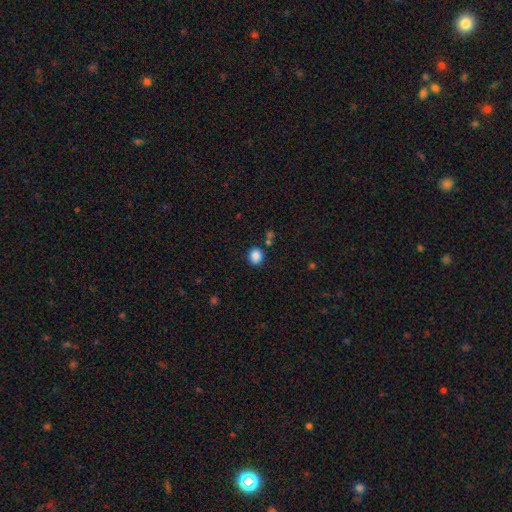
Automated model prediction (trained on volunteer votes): Smooth or featured? Predicted: smooth (p=0.87). How rounded? Predicted: round (p=0.72). Merging? Predicted: none (p=0.84).